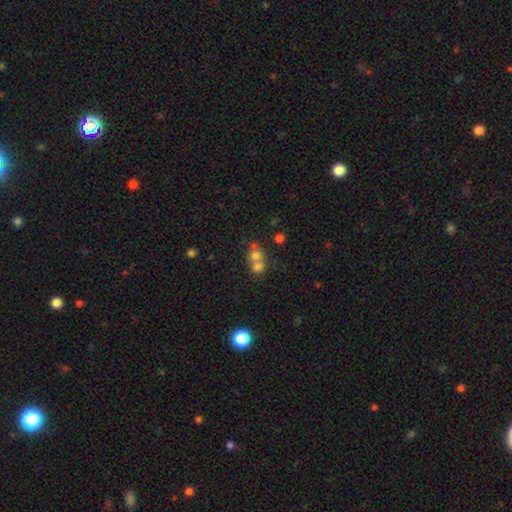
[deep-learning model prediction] Morphology: type=smooth (69%); roundness=round (76%); merging=merger (63%).